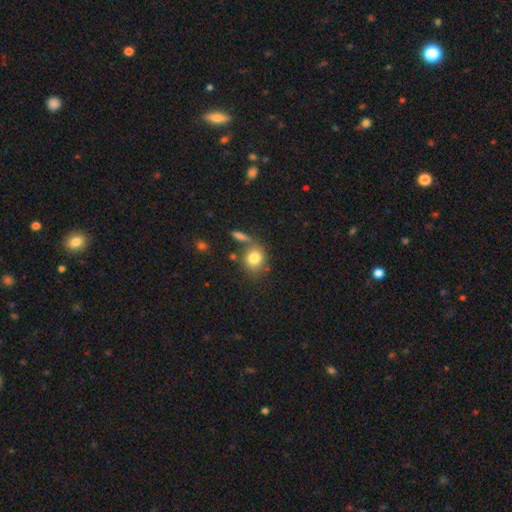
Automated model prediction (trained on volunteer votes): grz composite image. It shows a smooth galaxy with no disk features (76%) that is round (61%). Merging: none (60%).